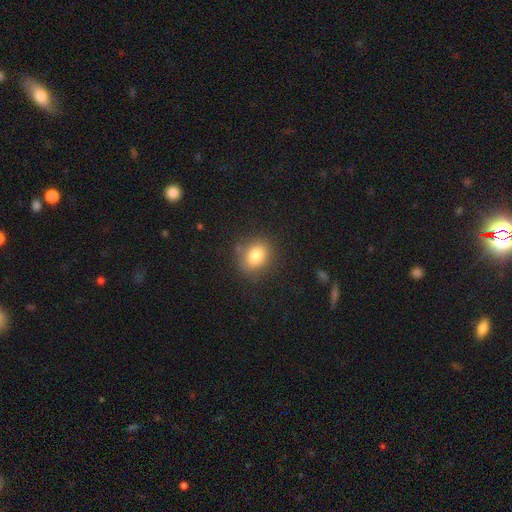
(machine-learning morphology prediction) A smooth galaxy with no disk features (80%) that is round (54%).

Vote fractions:
- Smooth or featured? smooth: 80% / star or artifact: 11% / featured or disk: 9%
- How rounded? round: 54% / in between: 45% / cigar-shaped: 1%
- Merging? none: 81% / minor disturbance: 12% / major disturbance: 4% / merger: 3%